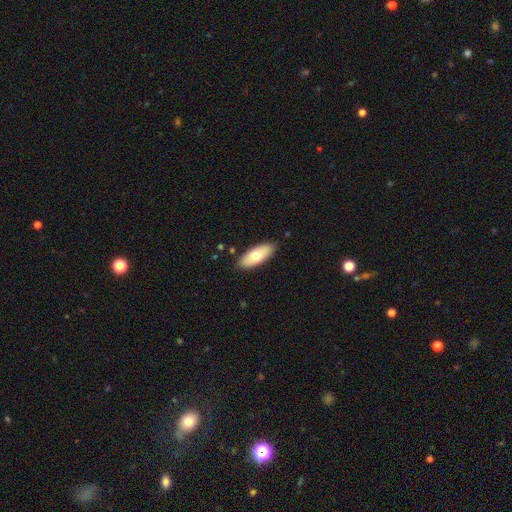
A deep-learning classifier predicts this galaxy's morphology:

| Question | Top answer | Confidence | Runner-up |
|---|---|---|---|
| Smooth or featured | smooth | 68% | featured or disk (26%) |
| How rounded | in between | 83% | cigar-shaped (15%) |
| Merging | none | 87% | minor disturbance (10%) |